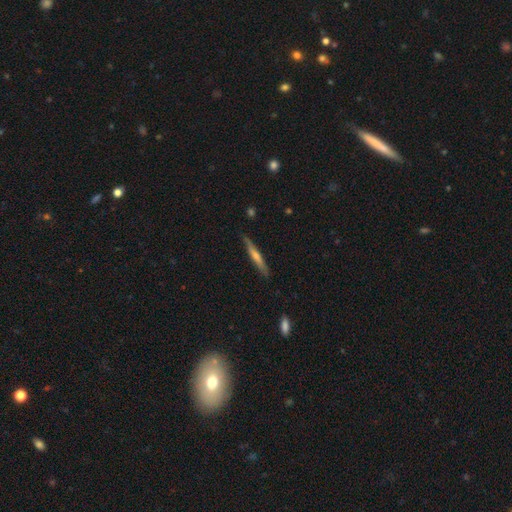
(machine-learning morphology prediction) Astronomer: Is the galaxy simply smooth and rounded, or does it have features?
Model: featured or disk — 55% (runner-up: smooth, 39%).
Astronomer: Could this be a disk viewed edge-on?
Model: yes — 96%.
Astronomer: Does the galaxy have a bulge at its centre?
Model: rounded — 66%.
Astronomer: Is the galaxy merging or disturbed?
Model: none — 87%.